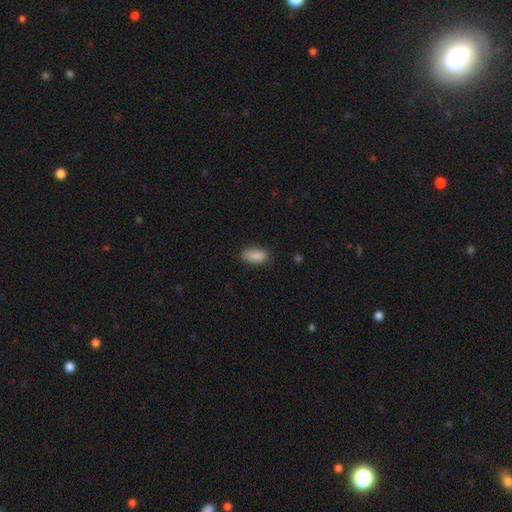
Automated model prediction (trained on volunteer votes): The model was most divided on "merging": none: 82%, minor disturbance: 14%, major disturbance: 3%, merger: 1%. More confident: how rounded — in between (88%); smooth or featured — smooth (87%).